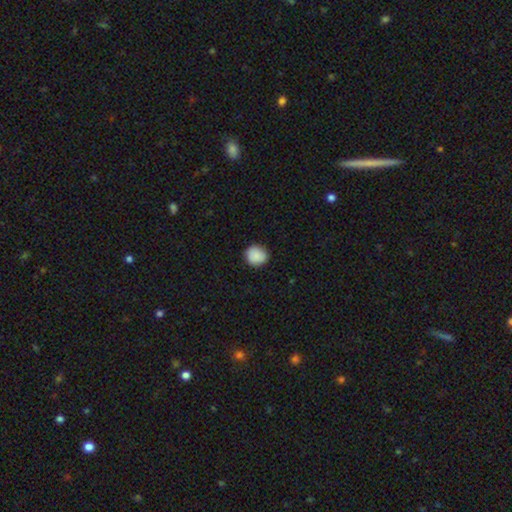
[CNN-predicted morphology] A smooth galaxy with no disk features (89%) that is round (86%). Merging: none (87%).